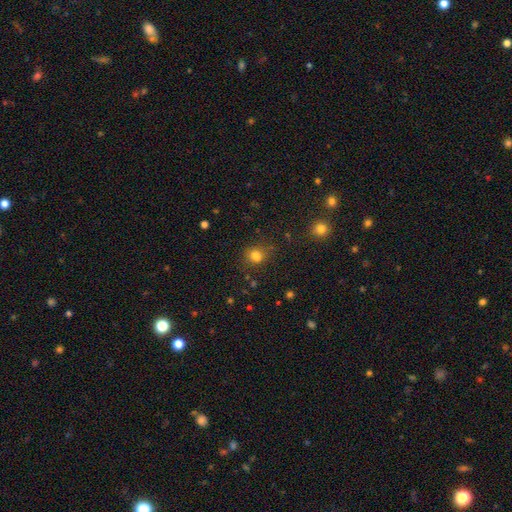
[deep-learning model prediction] smooth 78%, star or artifact 16%, featured or disk 6%. Down the decision tree: how rounded — round (74%); merging — none (76%).